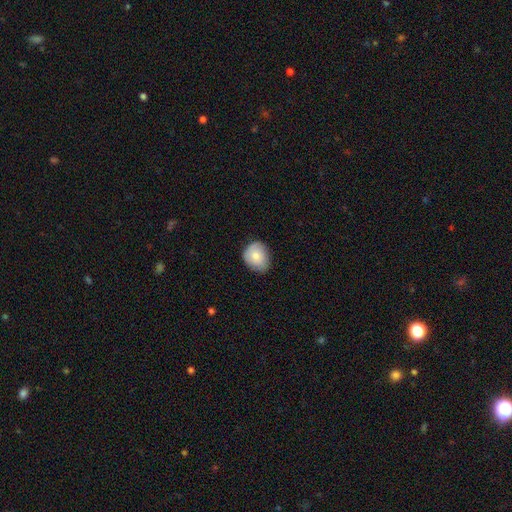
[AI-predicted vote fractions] Smooth or featured? smooth (78%)
How rounded? round (63%)
Merging? none (70%)